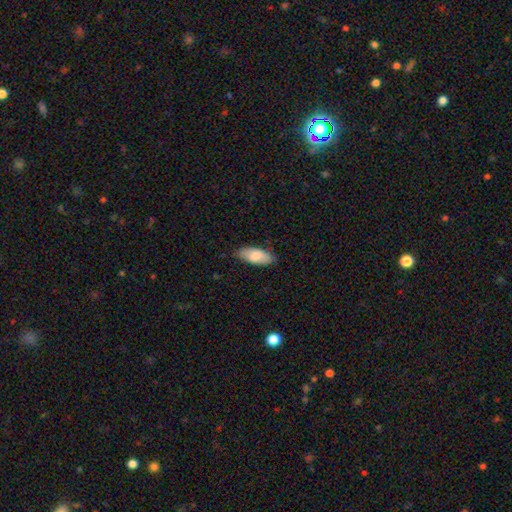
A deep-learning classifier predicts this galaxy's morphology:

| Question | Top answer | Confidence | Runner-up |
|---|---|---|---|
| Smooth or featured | smooth | 78% | featured or disk (16%) |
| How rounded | in between | 85% | cigar-shaped (14%) |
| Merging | none | 79% | minor disturbance (17%) |